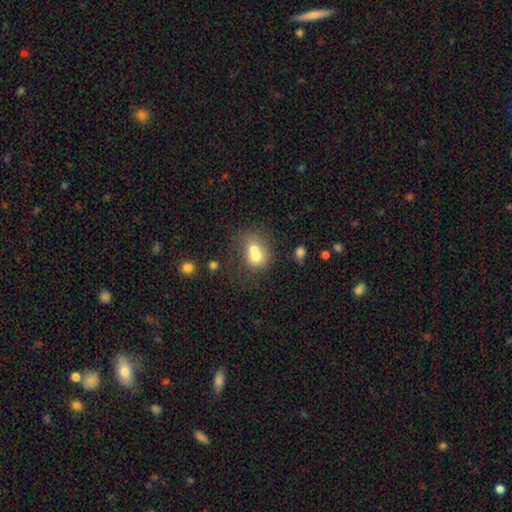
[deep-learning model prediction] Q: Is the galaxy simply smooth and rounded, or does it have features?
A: smooth — 66%.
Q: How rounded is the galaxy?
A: round — 62%.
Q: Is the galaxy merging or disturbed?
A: merger — 65%.